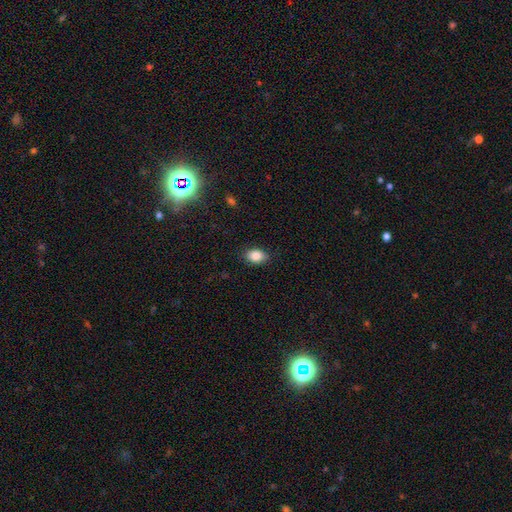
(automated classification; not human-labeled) This appears to be a smooth galaxy with no disk features (86%) that is in between round and cigar-shaped (75%). Merging: none (86%).